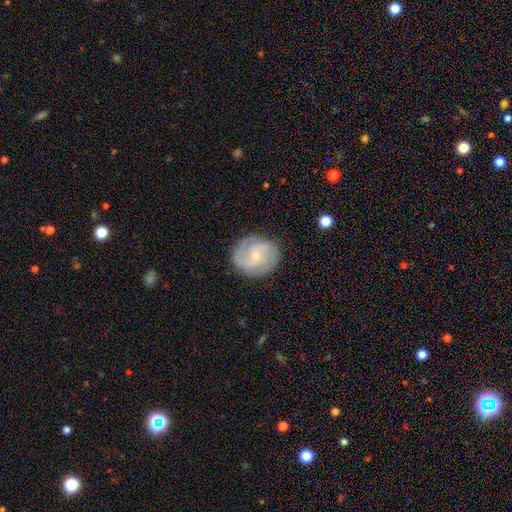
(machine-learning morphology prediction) A featured or disk galaxy (70%) with no bar (57%), 2 (56%) medium (44%) spiral arms (91%) and a small central bulge (71%).

Vote fractions:
- Smooth or featured? featured or disk: 70% / smooth: 23% / star or artifact: 6%
- Edge-on disk? no: 98% / yes: 2%
- Bar? no: 57% / weak: 37% / strong: 6%
- Spiral arms? yes: 91% / no: 9%
- Spiral winding? medium: 44% / tight: 40% / loose: 16%
- Spiral arm count? 2: 56% / can't tell: 19% / 3: 15% / 1: 4% / 4: 4% / more than 4: 3%
- Bulge size? small: 71% / moderate: 25% / none: 2% / large: 1% / dominant: 1%
- Merging? none: 82% / minor disturbance: 13% / major disturbance: 4% / merger: 1%